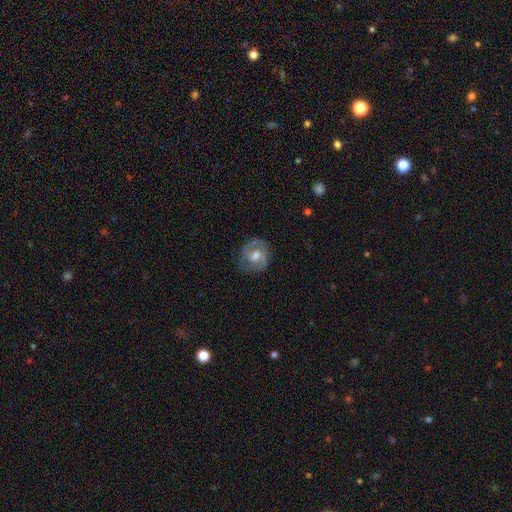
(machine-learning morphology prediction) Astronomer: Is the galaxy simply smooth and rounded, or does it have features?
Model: featured or disk — 67%.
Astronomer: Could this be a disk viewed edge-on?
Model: no — 97%.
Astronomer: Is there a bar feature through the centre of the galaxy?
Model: no — 50% (runner-up: weak, 41%).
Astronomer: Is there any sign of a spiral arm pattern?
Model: yes — 87%.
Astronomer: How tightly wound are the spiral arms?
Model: medium — 47% (runner-up: tight, 36%).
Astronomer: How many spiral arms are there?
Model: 2 — 69%.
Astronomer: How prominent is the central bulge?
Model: moderate — 70%.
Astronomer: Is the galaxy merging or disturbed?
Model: none — 75%.